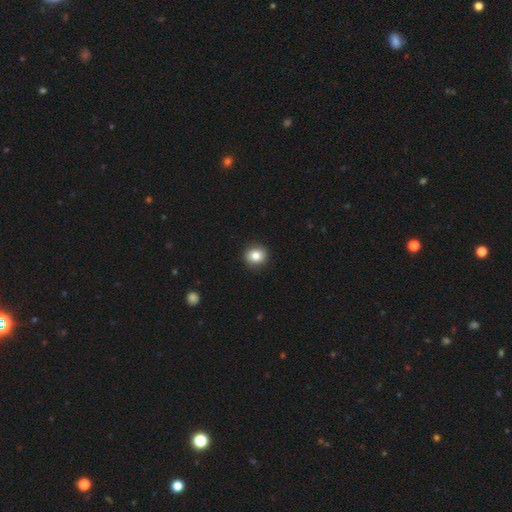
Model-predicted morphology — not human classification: smooth_or_featured: smooth (p=0.84) [alt: star or artifact p=0.10]
how_rounded: round (p=0.84) [alt: in between p=0.15]
merging: none (p=0.92) [alt: minor disturbance p=0.06]